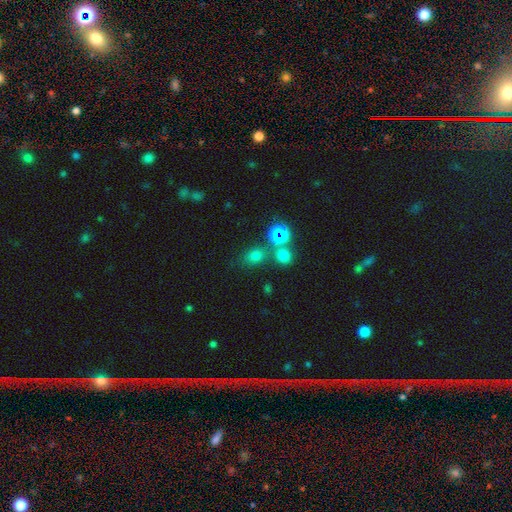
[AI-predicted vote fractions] This appears to be a smooth galaxy with no disk features (66%) that is round (54%). Merging: none (68%).